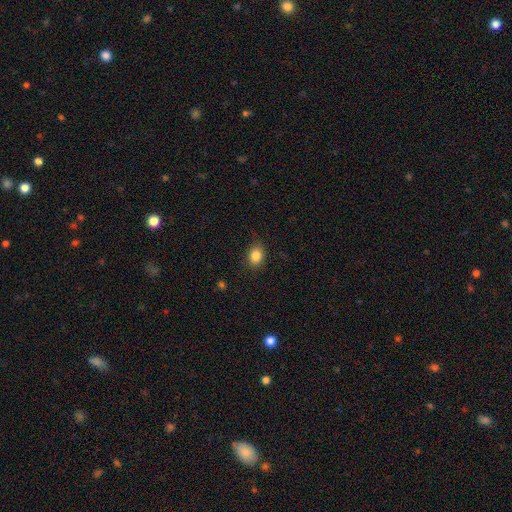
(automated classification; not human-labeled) Q: Smooth or featured?
A: smooth (85%); runner-up: star or artifact (10%)
Q: How rounded?
A: in between (60%); runner-up: round (39%)
Q: Merging?
A: none (84%); runner-up: minor disturbance (13%)